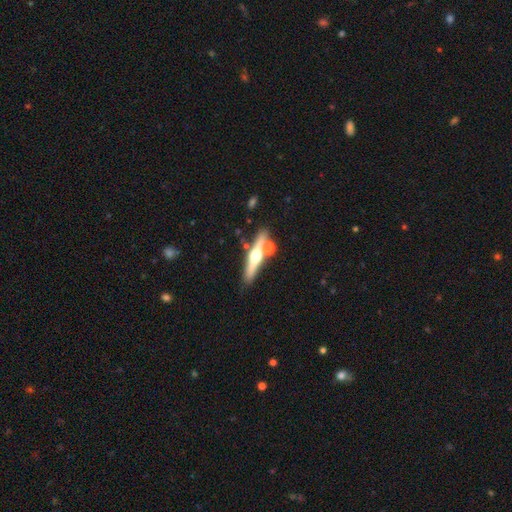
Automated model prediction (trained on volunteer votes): smooth_or_featured: featured or disk (p=0.66) [alt: smooth p=0.27]
disk_edge_on: yes (p=0.94) [alt: no p=0.06]
edge_on_bulge: rounded (p=0.95) [alt: none p=0.02]
merging: none (p=0.72) [alt: merger p=0.15]